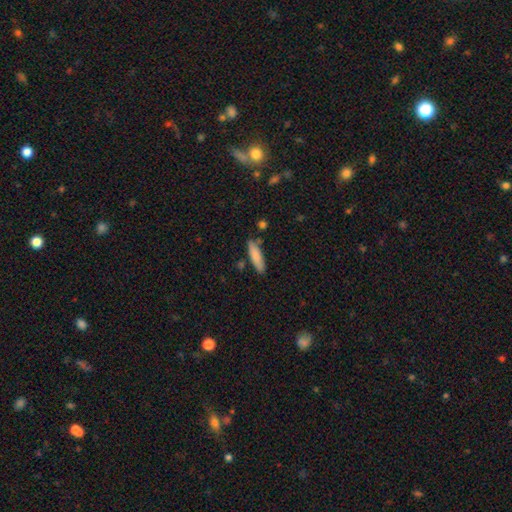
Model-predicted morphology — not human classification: smooth_or_featured: smooth (p=0.82) [alt: featured or disk p=0.13]
how_rounded: cigar-shaped (p=0.72) [alt: in between p=0.26]
merging: none (p=0.81) [alt: minor disturbance p=0.12]